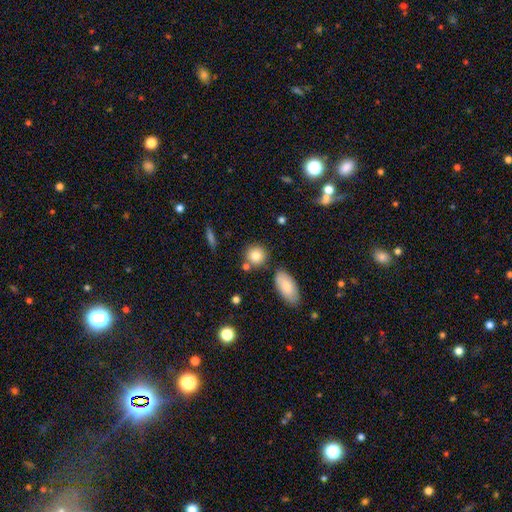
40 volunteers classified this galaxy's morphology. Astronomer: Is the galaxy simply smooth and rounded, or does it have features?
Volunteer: smooth — 82%.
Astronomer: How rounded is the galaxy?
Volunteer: round — 85%.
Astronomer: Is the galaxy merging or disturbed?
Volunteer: none — 78%.